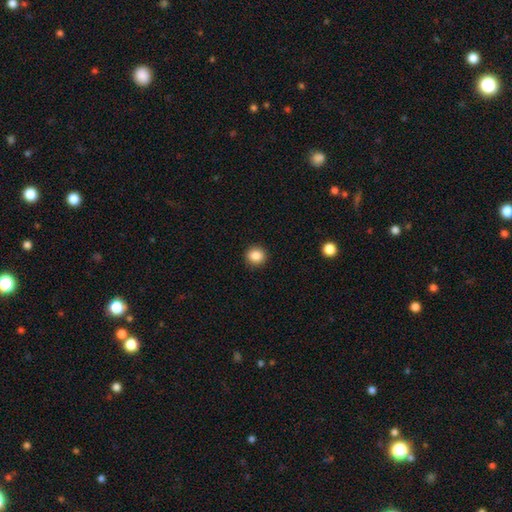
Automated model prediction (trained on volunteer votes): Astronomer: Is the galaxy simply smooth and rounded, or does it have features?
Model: smooth — 86%.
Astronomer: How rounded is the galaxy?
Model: round — 91%.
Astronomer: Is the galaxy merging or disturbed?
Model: none — 92%.